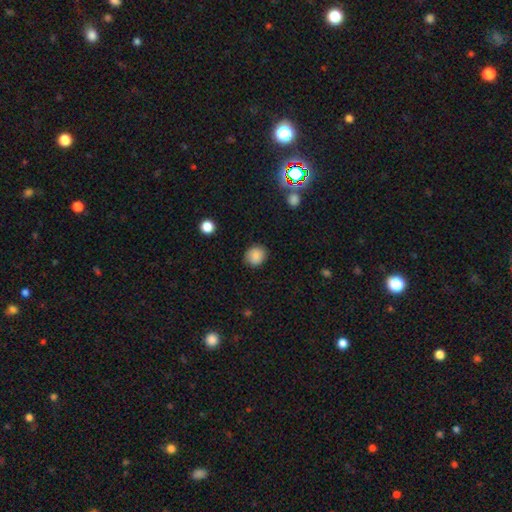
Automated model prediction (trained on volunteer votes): This appears to be a smooth galaxy with no disk features (86%) that is round (78%). Merging: none (85%).